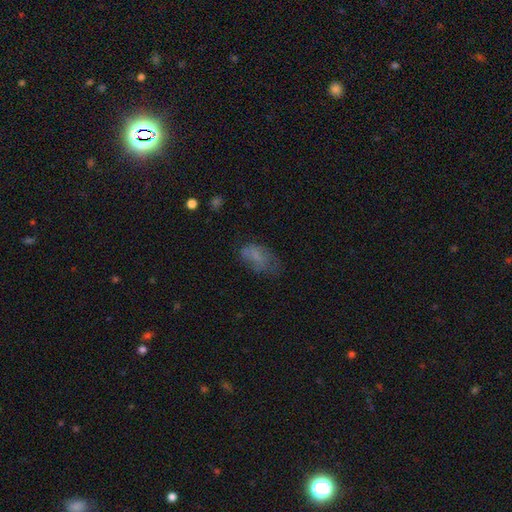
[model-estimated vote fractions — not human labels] Smooth or featured: smooth — 64% (featured or disk — 23%)
How rounded: in between — 90% (round — 7%)
Merging: none — 45% (minor disturbance — 29%)